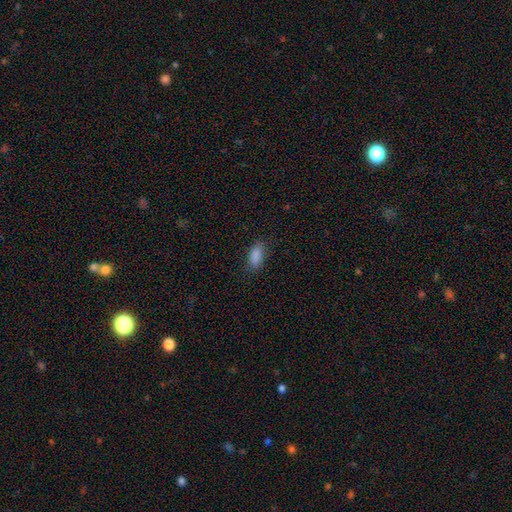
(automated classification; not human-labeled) smooth 88%, star or artifact 8%, featured or disk 4%. Down the decision tree: how rounded — in between (86%); merging — none (82%).